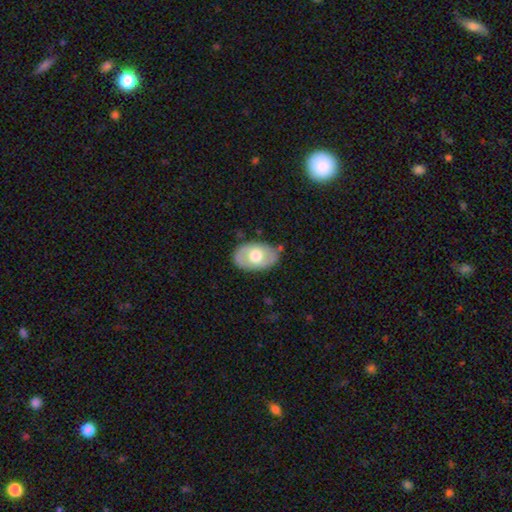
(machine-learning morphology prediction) This appears to be a smooth galaxy with no disk features (56%) that is in between round and cigar-shaped (89%). Merging: none (76%).